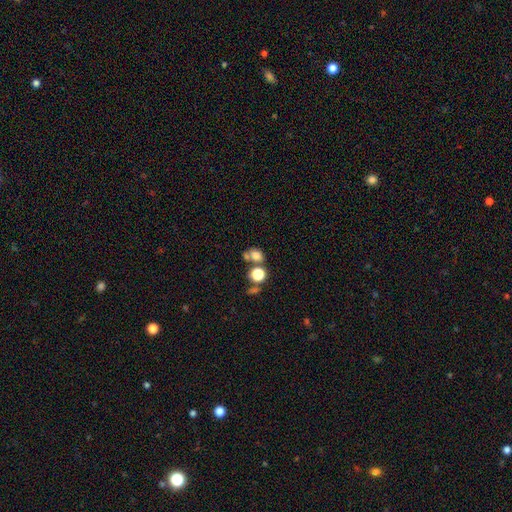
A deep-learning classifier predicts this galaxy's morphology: This is likely a smooth galaxy (75%). How rounded: possibly round (54%). Merging: possibly none (47%).